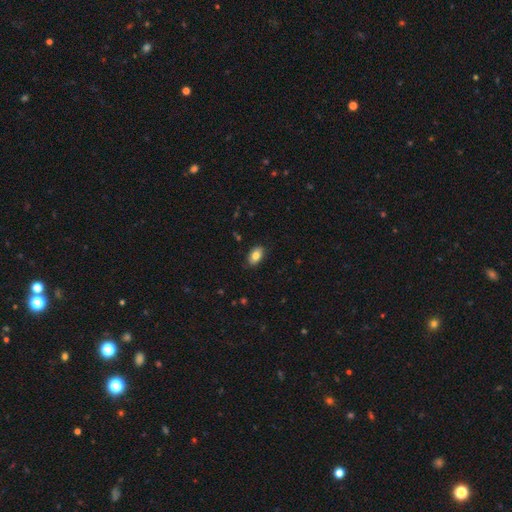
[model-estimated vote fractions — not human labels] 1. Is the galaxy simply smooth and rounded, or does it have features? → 80% smooth, 12% featured or disk, 7% star or artifact.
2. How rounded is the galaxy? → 91% in between, 8% round, 2% cigar-shaped.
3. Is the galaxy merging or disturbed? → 86% none, 11% minor disturbance, 2% major disturbance, 1% merger.